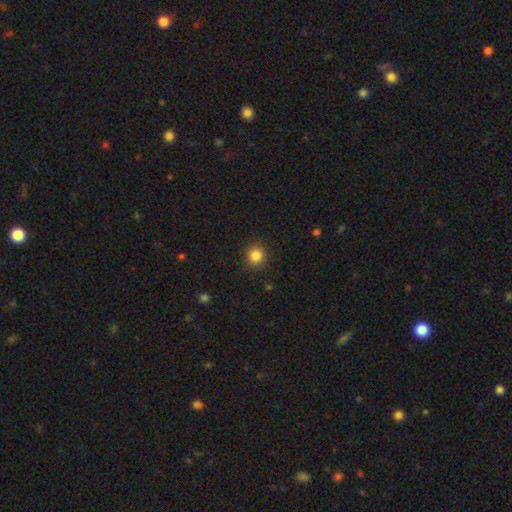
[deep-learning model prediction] Overall: smooth (85%). How rounded: round (90%). Merging: none (90%).